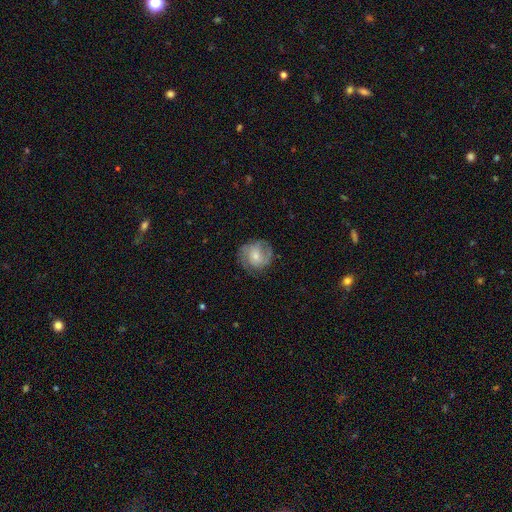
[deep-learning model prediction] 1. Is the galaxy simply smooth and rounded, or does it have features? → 51% featured or disk, 41% smooth, 7% star or artifact.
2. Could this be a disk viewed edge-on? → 97% no, 3% yes.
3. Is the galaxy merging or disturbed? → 69% none, 20% minor disturbance, 10% major disturbance, 1% merger.